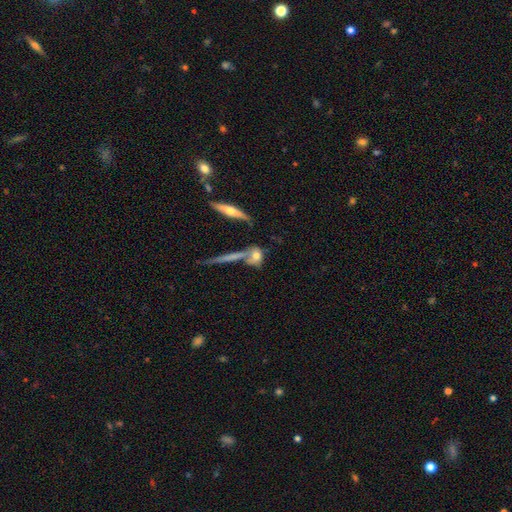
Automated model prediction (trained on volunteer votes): Smooth or featured: smooth — 63% (featured or disk — 28%)
How rounded: round — 43% (in between — 37%)
Merging: none — 51% (merger — 24%)